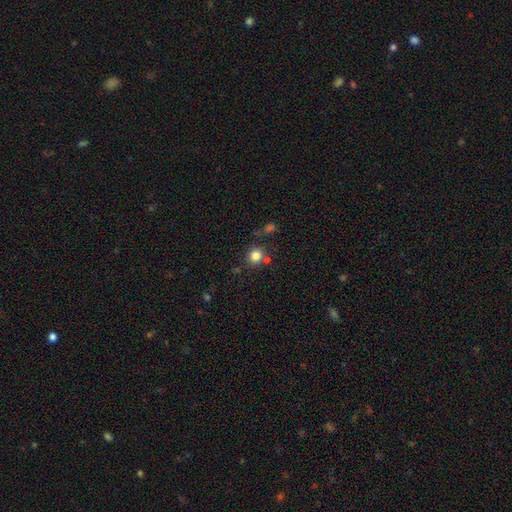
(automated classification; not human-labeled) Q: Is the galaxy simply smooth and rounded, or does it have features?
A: smooth — 82%.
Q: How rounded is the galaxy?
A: round — 87%.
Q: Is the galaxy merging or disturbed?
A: none — 74%.